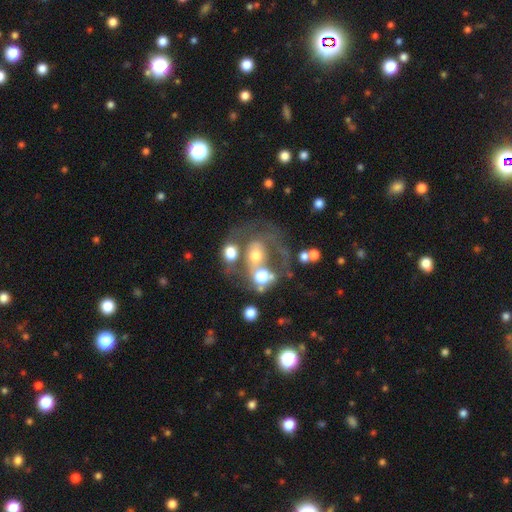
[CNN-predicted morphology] featured or disk 46%, smooth 38%, star or artifact 16%. Down the decision tree: merging — none (33%).